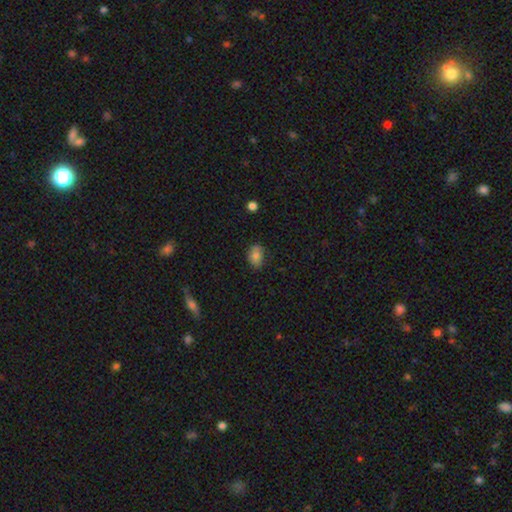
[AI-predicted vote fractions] smooth_or_featured: smooth (p=0.81) [alt: star or artifact p=0.10]
how_rounded: in between (p=0.75) [alt: round p=0.23]
merging: none (p=0.76) [alt: minor disturbance p=0.19]